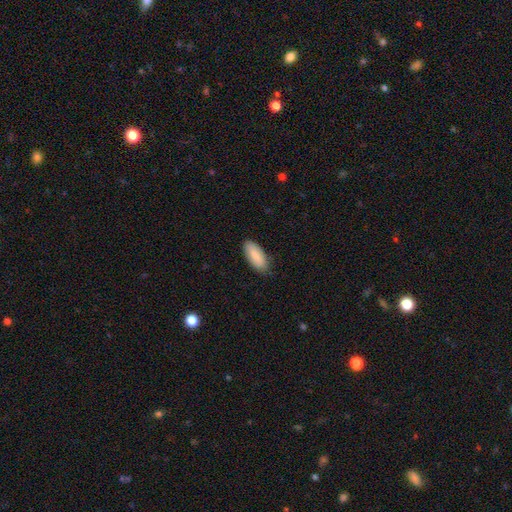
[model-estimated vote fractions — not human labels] Smooth or featured?
  - smooth: 85% *
  - featured or disk: 9%
  - star or artifact: 6%
How rounded?
  - in between: 83% *
  - cigar-shaped: 16%
  - round: 2%
Merging?
  - none: 83% *
  - minor disturbance: 13%
  - major disturbance: 2%
  - merger: 1%